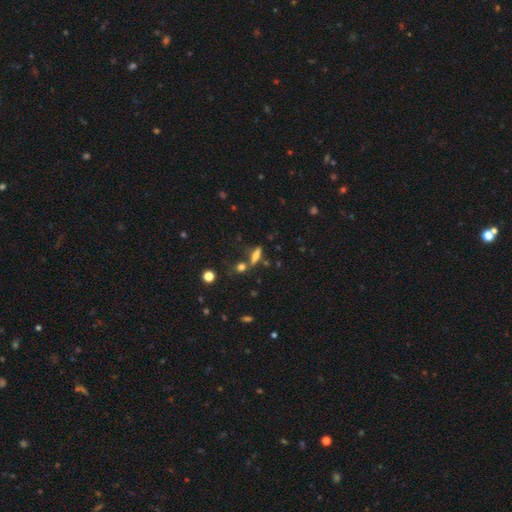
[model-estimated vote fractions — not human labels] A smooth galaxy with no disk features (58%) that is cigar-shaped (59%).

Vote fractions:
- Smooth or featured? smooth: 58% / featured or disk: 28% / star or artifact: 14%
- How rounded? cigar-shaped: 59% / in between: 34% / round: 7%
- Merging? none: 66% / merger: 16% / minor disturbance: 13% / major disturbance: 5%